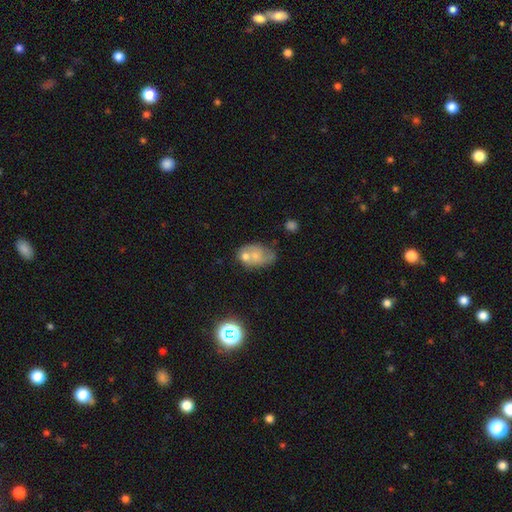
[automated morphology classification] type=smooth (55%); roundness=in between (82%); merging=merger (36%).